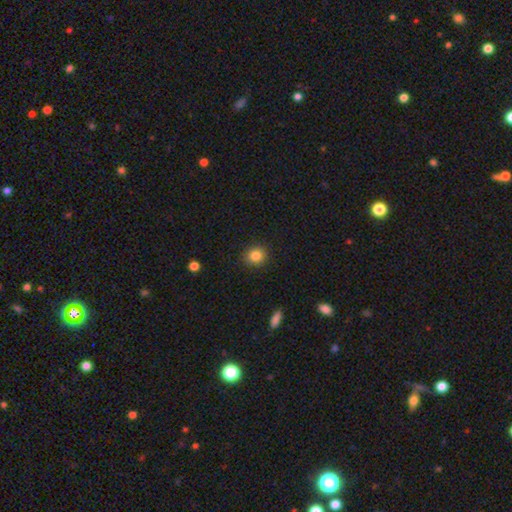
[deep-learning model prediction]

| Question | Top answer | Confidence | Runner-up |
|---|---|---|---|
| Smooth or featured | smooth | 84% | star or artifact (11%) |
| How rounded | round | 85% | in between (14%) |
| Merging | none | 90% | minor disturbance (7%) |